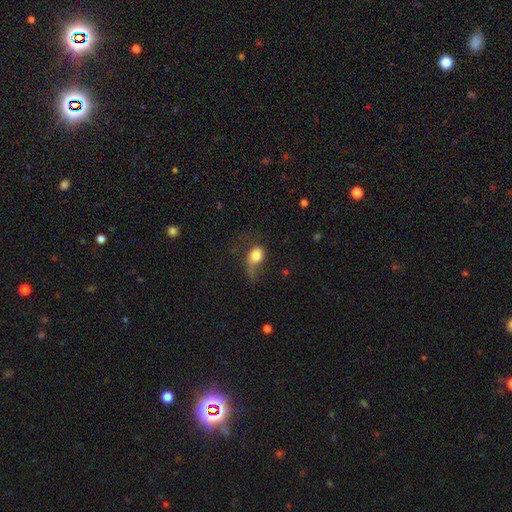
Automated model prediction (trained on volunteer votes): A smooth galaxy with no disk features (74%) that is in between round and cigar-shaped (56%). Merging: major disturbance (40%).